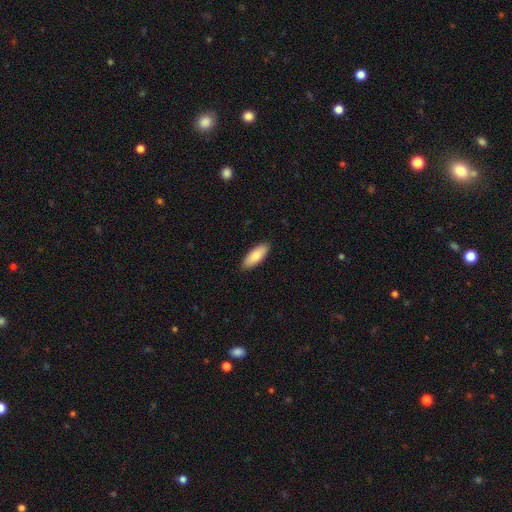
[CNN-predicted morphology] Smooth or featured? smooth (83%)
How rounded? in between (75%)
Merging? none (89%)